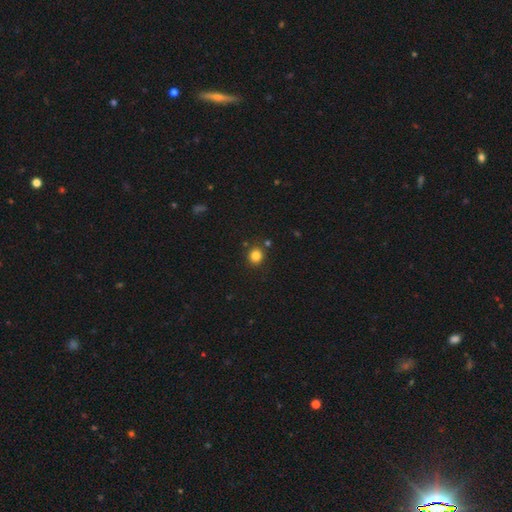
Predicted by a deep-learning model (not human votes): Smooth or featured? smooth (82%)
How rounded? round (87%)
Merging? none (86%)